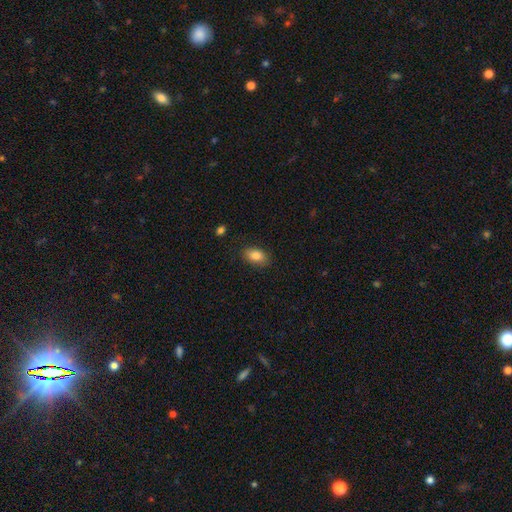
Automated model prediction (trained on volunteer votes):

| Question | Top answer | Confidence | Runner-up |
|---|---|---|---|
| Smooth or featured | smooth | 85% | star or artifact (8%) |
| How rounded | in between | 89% | round (10%) |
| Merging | none | 86% | minor disturbance (11%) |